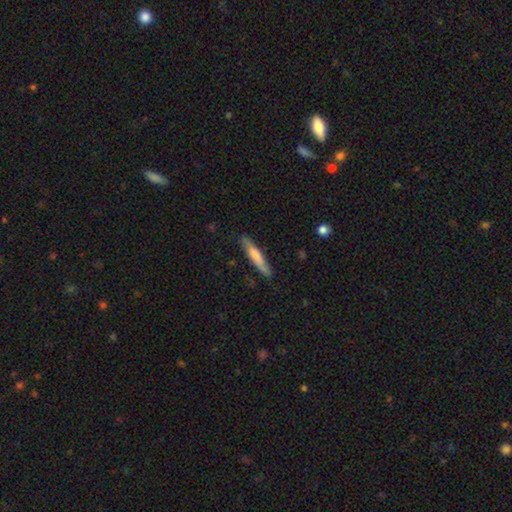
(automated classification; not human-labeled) smooth-or-featured: smooth: 66% | featured or disk: 29% | star or artifact: 5%
  how-rounded: cigar-shaped: 91% | in between: 8% | round: 1%
  merging: none: 83% | minor disturbance: 13% | major disturbance: 2% | merger: 1%